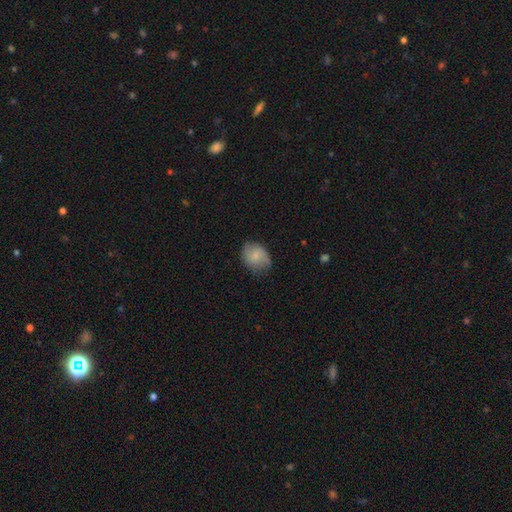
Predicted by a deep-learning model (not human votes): Overall: smooth (68%). How rounded: in between (57%; round 42%). Merging: none (69%).